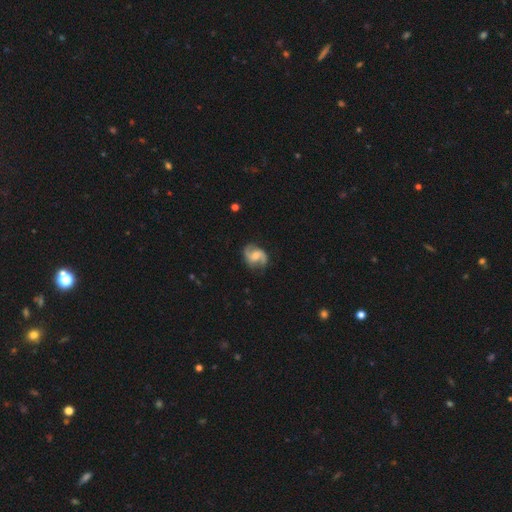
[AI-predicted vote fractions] Overall: featured or disk (81%). Edge-on disk: no (98%). Bar: no (45%; weak 44%). Spiral arms: yes (96%). Spiral arm count: 2 (92%). Spiral winding: medium (48%; loose 35%). Bulge size: moderate (46%; small 34%). Merging: none (78%).